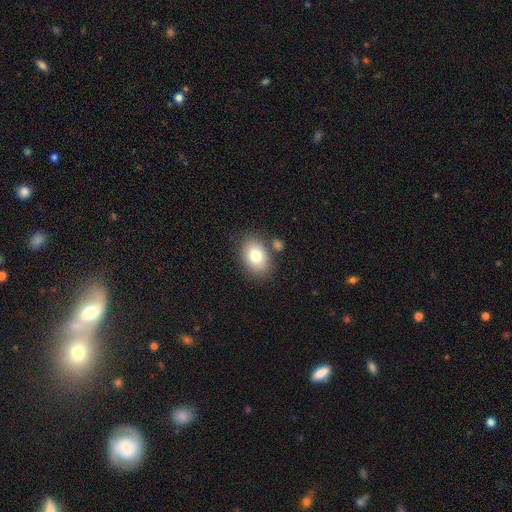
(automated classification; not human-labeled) A smooth galaxy with no disk features (78%) that is in between round and cigar-shaped (75%). Merging: none (76%).